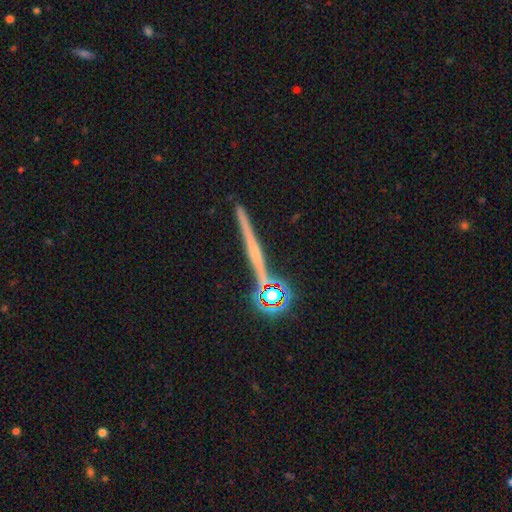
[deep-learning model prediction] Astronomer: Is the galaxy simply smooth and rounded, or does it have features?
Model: featured or disk — 53%.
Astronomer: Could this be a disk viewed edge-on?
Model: yes — 94%.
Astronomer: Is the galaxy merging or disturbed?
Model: none — 82%.